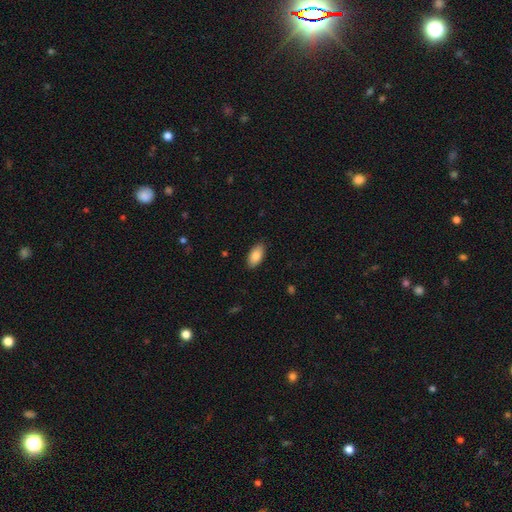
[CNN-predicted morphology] Q: Smooth or featured?
A: smooth (86%); runner-up: featured or disk (8%)
Q: How rounded?
A: in between (93%); runner-up: cigar-shaped (5%)
Q: Merging?
A: none (87%); runner-up: minor disturbance (10%)